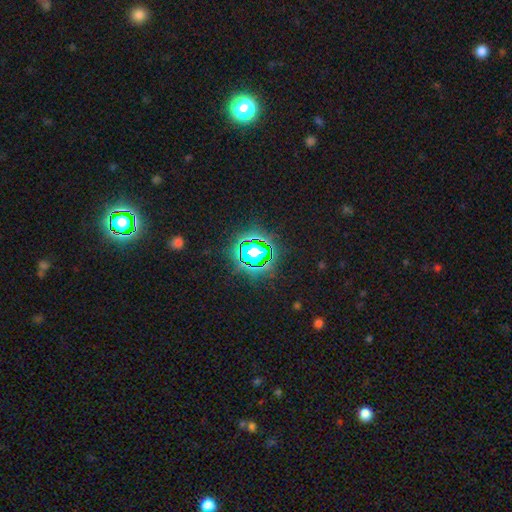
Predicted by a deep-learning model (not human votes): Smooth or featured? Predicted: star or artifact (p=0.79).